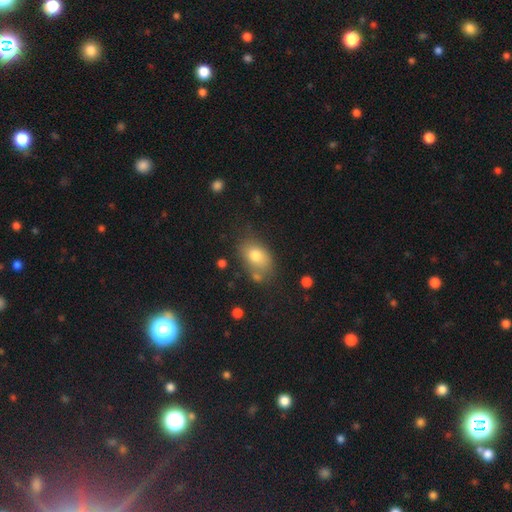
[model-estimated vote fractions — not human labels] This appears to be a smooth galaxy with no disk features (76%) that is in between round and cigar-shaped (79%). Merging: none (62%).